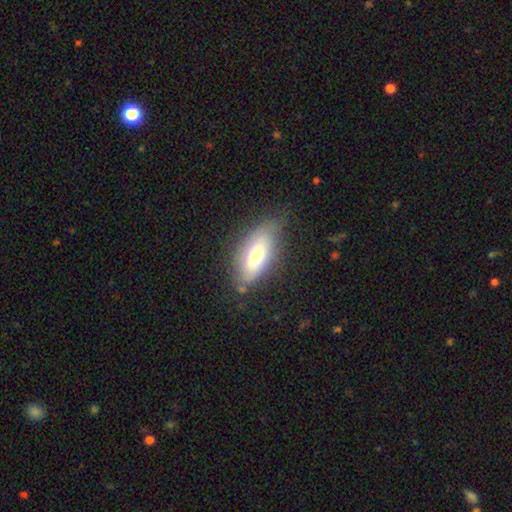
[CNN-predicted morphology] smooth_or_featured: smooth (p=0.64) [alt: featured or disk p=0.29]
how_rounded: in between (p=0.80) [alt: cigar-shaped p=0.17]
merging: none (p=0.69) [alt: minor disturbance p=0.23]